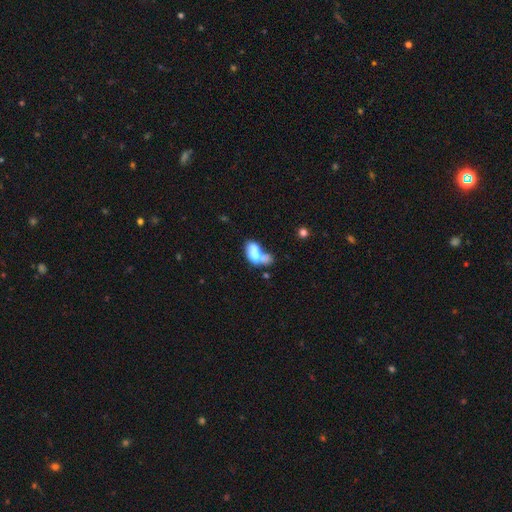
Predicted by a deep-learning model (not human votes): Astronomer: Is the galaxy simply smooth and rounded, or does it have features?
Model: smooth — 62%.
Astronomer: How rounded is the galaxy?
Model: in between — 85%.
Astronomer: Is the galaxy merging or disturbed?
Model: merger — 53%.